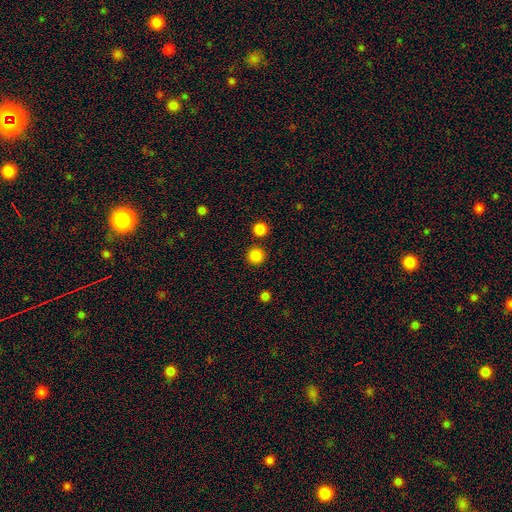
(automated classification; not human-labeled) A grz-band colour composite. It shows a smooth galaxy with no disk features (85%) that is round (95%). Merging: none (88%).